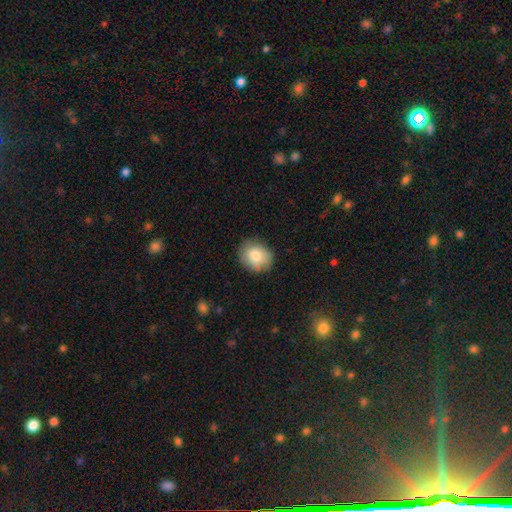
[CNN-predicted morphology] type=smooth (81%); roundness=round (61%); merging=none (79%).